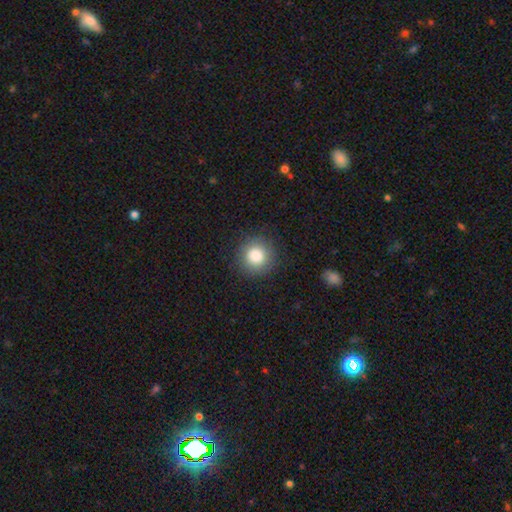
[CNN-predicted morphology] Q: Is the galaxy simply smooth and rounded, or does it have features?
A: smooth — 84%.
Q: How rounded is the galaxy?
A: round — 93%.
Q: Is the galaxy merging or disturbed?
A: none — 88%.